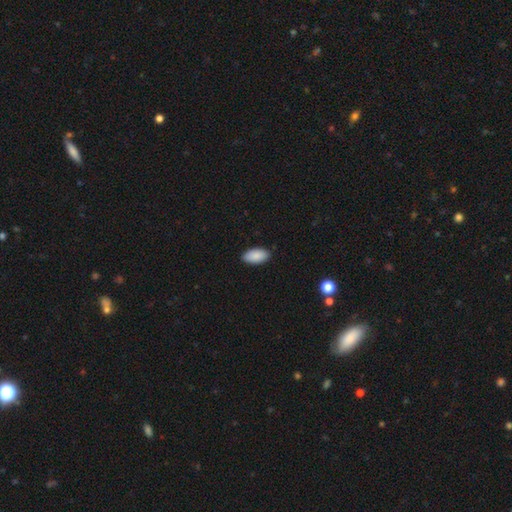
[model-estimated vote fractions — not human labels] The model was most divided on "merging": none: 89%, minor disturbance: 8%, major disturbance: 2%, merger: 1%. More confident: how rounded — in between (95%); smooth or featured — smooth (90%).